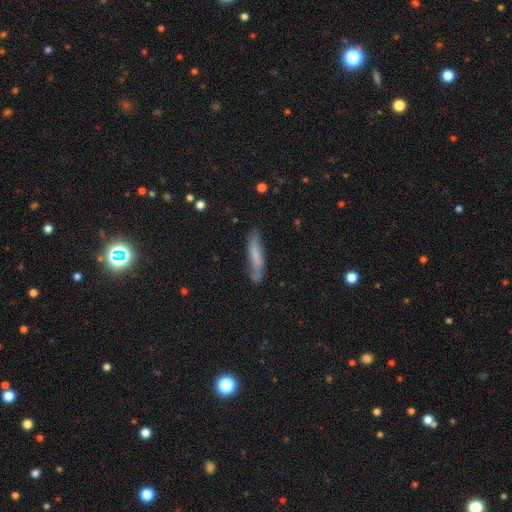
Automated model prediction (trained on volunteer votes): smooth 61%, featured or disk 31%, star or artifact 8%. Down the decision tree: how rounded — cigar-shaped (86%); merging — none (72%).